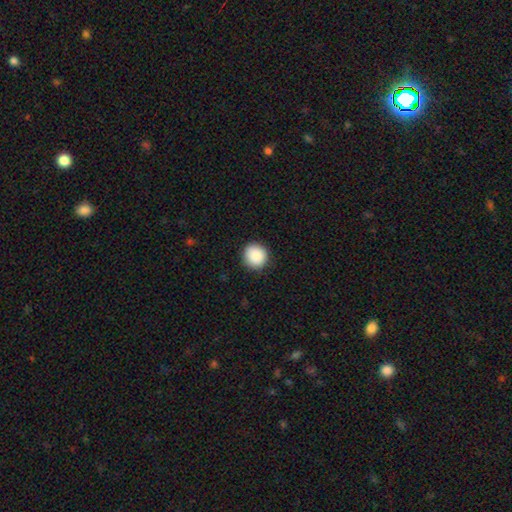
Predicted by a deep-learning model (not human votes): Smooth or featured?
  - smooth: 89% *
  - star or artifact: 8%
  - featured or disk: 3%
How rounded?
  - round: 92% *
  - in between: 7%
  - cigar-shaped: 1%
Merging?
  - none: 91% *
  - minor disturbance: 7%
  - major disturbance: 2%
  - merger: 1%